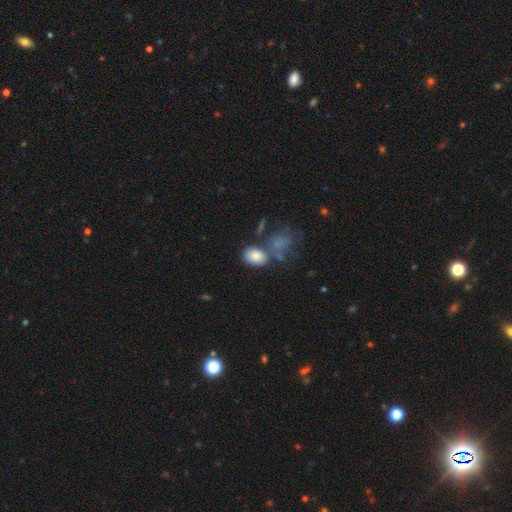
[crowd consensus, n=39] This is clearly a smooth galaxy (90%). How rounded: clearly in between (91%). Merging: possibly none (53%).